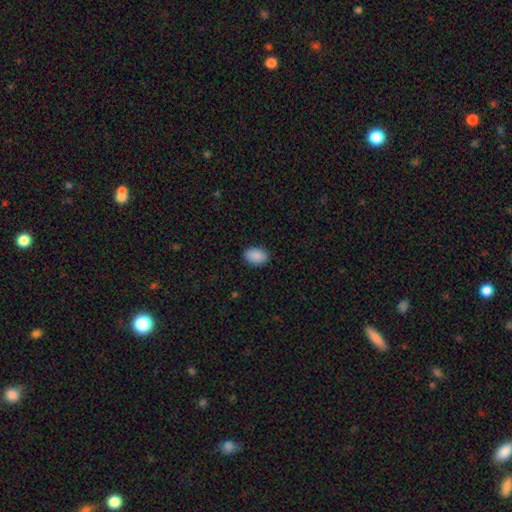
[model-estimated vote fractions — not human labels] A smooth galaxy with no disk features (90%) that is in between round and cigar-shaped (85%).

Vote fractions:
- Smooth or featured? smooth: 90% / star or artifact: 7% / featured or disk: 3%
- How rounded? in between: 85% / round: 14% / cigar-shaped: 1%
- Merging? none: 88% / minor disturbance: 9% / major disturbance: 2% / merger: 1%